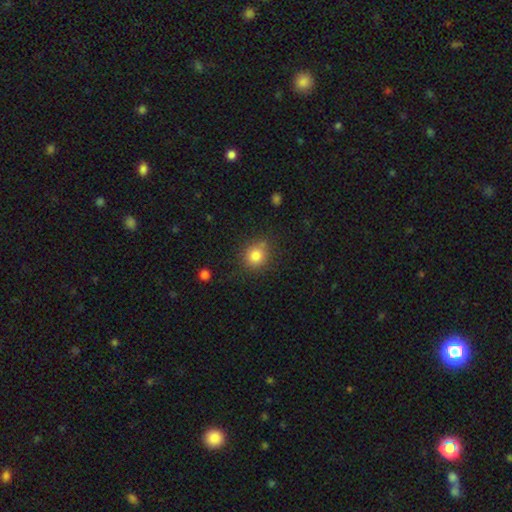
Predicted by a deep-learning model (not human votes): smooth_or_featured: smooth (p=0.82) [alt: star or artifact p=0.11]
how_rounded: round (p=0.84) [alt: in between p=0.15]
merging: none (p=0.77) [alt: minor disturbance p=0.15]